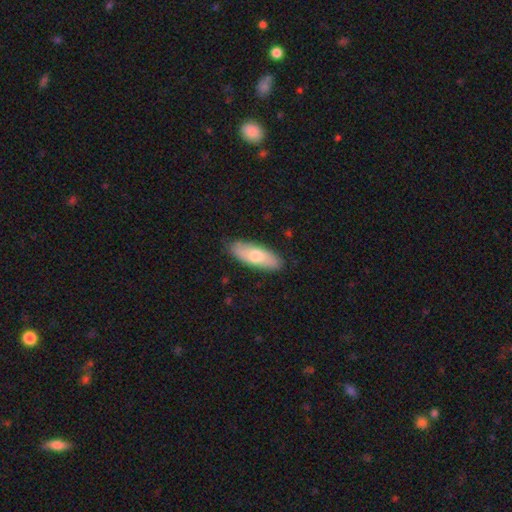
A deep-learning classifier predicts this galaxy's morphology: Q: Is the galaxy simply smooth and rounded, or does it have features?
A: smooth — 67%.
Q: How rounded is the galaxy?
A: in between — 67%.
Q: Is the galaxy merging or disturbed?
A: none — 87%.